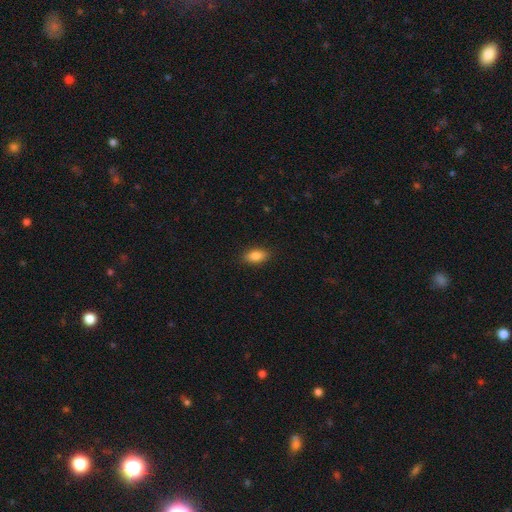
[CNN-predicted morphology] smooth 86%, star or artifact 8%, featured or disk 6%. Down the decision tree: how rounded — in between (89%); merging — none (88%).